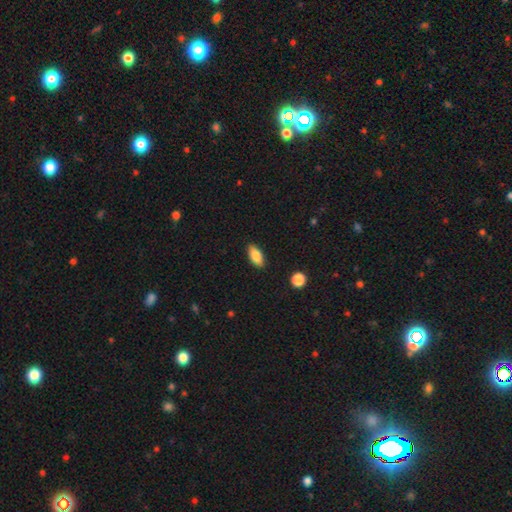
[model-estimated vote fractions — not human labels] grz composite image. It shows a smooth galaxy with no disk features (81%) that is in between round and cigar-shaped (85%). Merging: none (86%).